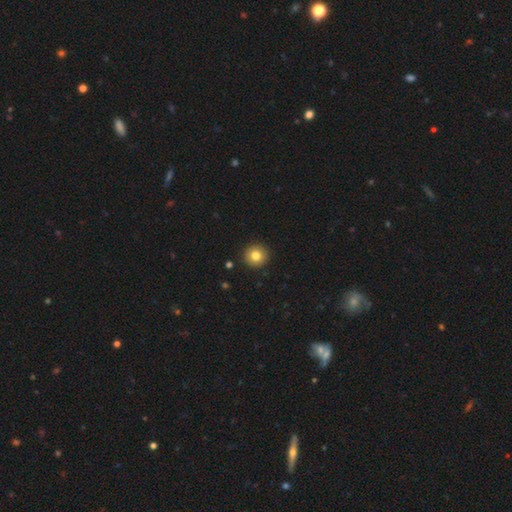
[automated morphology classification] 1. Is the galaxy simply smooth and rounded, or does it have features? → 81% smooth, 10% star or artifact, 9% featured or disk.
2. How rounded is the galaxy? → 94% round, 5% in between, 1% cigar-shaped.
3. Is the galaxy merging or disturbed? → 92% none, 5% minor disturbance, 2% major disturbance, 1% merger.